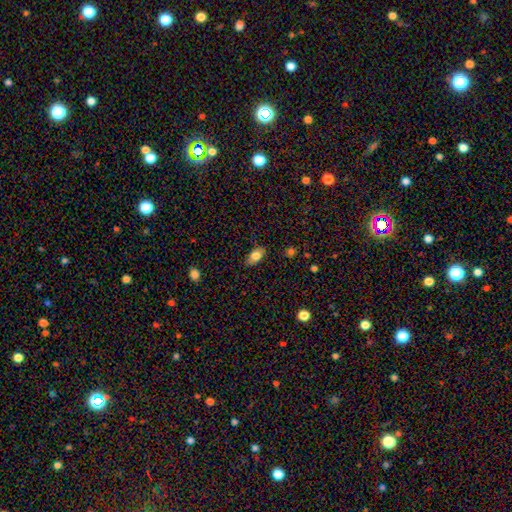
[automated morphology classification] This appears to be a smooth galaxy with no disk features (80%) that is in between round and cigar-shaped (88%). Merging: none (82%).